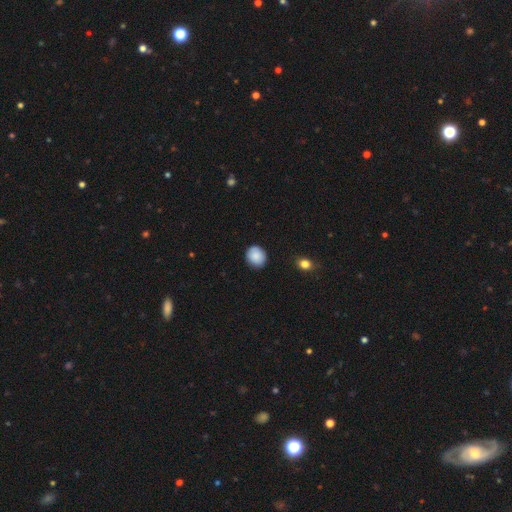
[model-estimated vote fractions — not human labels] The model was most divided on "how rounded": round: 76%, in between: 23%, cigar-shaped: 1%. More confident: merging — none (87%); smooth or featured — smooth (87%).